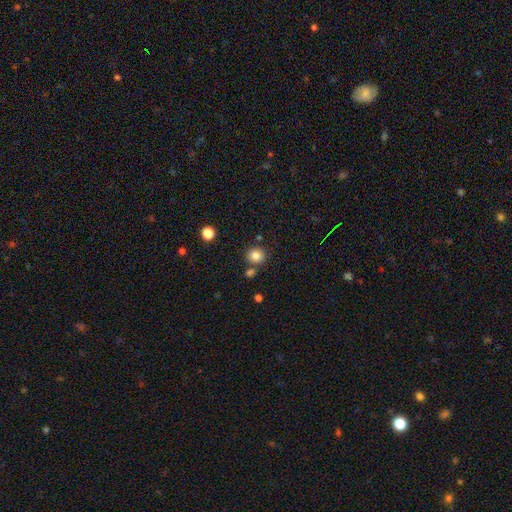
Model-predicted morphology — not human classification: Overall: smooth (84%). How rounded: round (88%). Merging: none (78%).